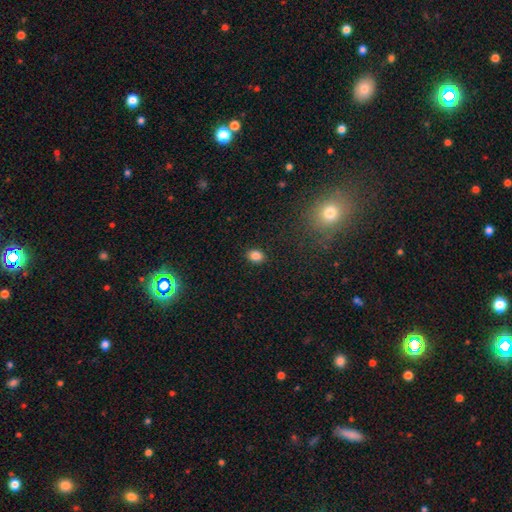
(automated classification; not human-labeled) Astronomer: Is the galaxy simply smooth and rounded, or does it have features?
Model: smooth — 85%.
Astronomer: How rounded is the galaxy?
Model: in between — 62%.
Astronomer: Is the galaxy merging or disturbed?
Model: none — 89%.